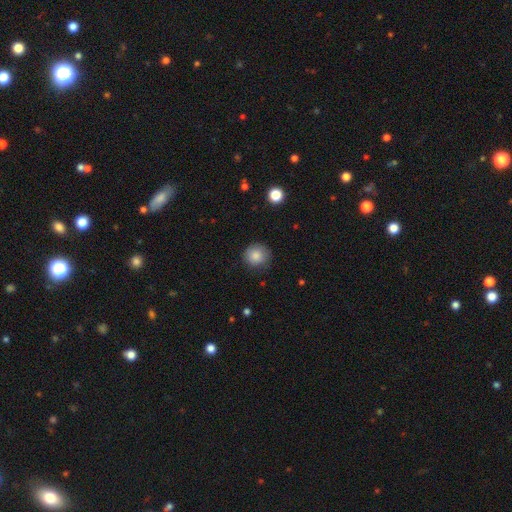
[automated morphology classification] Smooth or featured?
  - smooth: 85% *
  - star or artifact: 9%
  - featured or disk: 6%
How rounded?
  - round: 92% *
  - in between: 7%
  - cigar-shaped: 1%
Merging?
  - none: 84% *
  - minor disturbance: 12%
  - major disturbance: 3%
  - merger: 1%